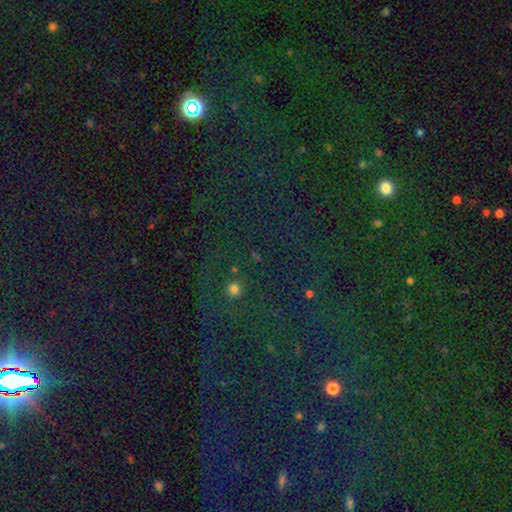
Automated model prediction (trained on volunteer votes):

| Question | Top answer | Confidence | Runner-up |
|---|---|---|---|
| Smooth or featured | star or artifact | 82% | smooth (11%) |